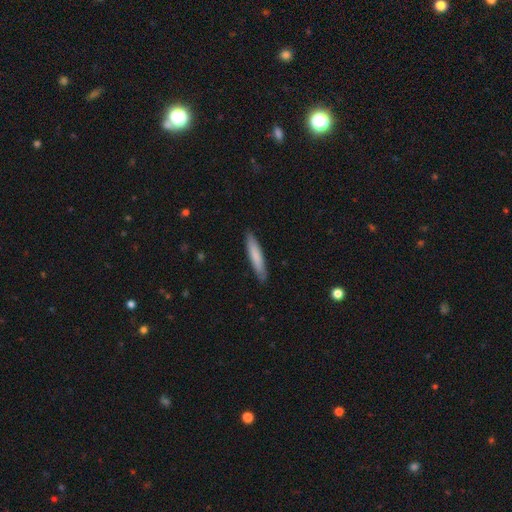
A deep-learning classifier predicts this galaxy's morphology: Overall: smooth (78%). How rounded: cigar-shaped (90%). Merging: none (88%).